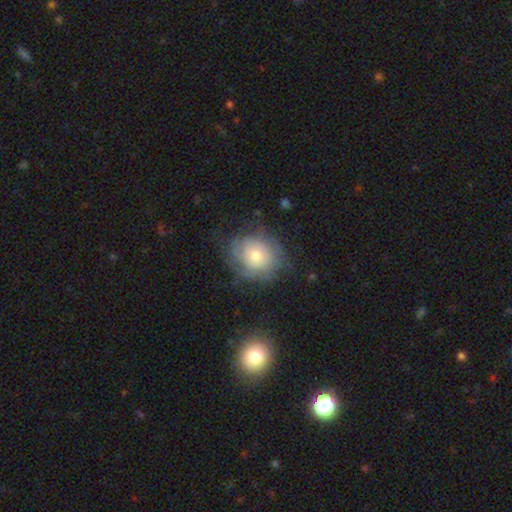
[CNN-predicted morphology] smooth_or_featured: featured or disk (p=0.46) [alt: smooth p=0.45]
merging: none (p=0.66) [alt: minor disturbance p=0.21]